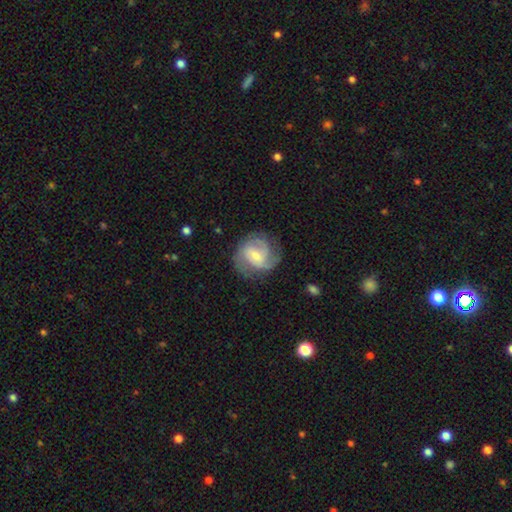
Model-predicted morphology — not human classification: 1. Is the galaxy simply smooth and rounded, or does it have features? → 76% featured or disk, 19% smooth, 6% star or artifact.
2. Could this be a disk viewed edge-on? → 98% no, 2% yes.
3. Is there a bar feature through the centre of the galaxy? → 52% weak, 34% no, 14% strong.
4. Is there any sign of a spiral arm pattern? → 94% yes, 6% no.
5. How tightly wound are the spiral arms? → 47% medium, 35% tight, 18% loose.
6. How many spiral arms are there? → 37% 2, 30% 3, 19% can't tell, 5% 1, 5% 4, 3% more than 4.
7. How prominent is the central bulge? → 45% small (tied), 45% moderate (tied), 5% none, 5% large, 1% dominant.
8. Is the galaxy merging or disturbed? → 67% none, 20% minor disturbance, 12% major disturbance, 1% merger.